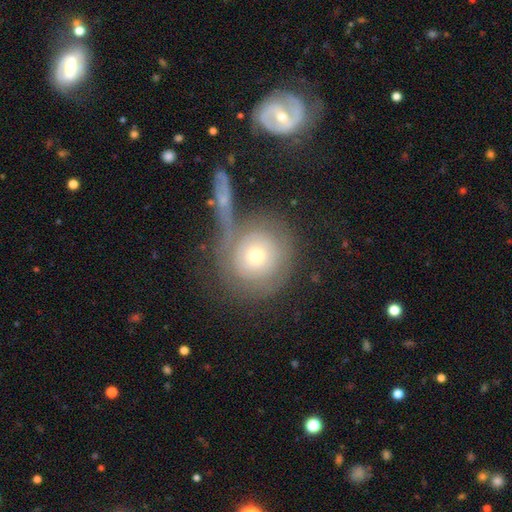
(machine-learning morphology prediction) This appears to be a smooth galaxy with no disk features (50%) that is round (91%). Merging: none (57%).